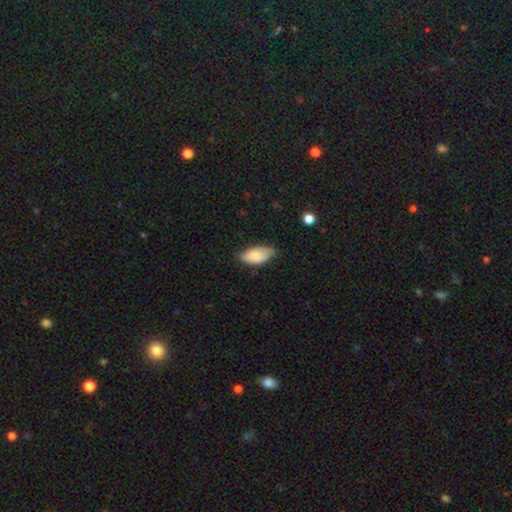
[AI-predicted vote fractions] smooth_or_featured: smooth (p=0.82) [alt: featured or disk p=0.12]
how_rounded: in between (p=0.93) [alt: cigar-shaped p=0.05]
merging: none (p=0.70) [alt: minor disturbance p=0.25]